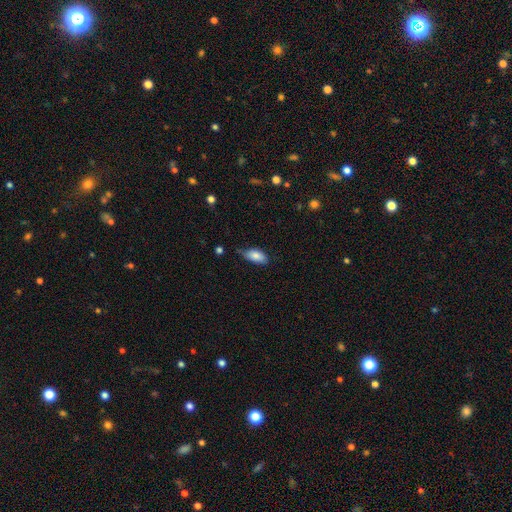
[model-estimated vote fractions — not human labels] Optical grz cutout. It shows a smooth galaxy with no disk features (83%) that is in between round and cigar-shaped (91%). Merging: none (64%).